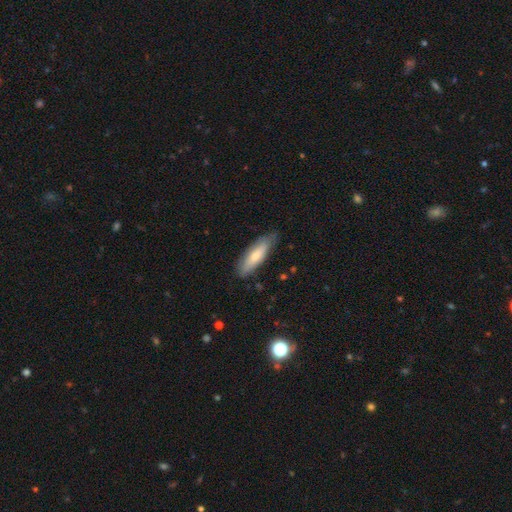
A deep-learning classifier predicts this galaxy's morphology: Q: Smooth or featured?
A: smooth (68%); runner-up: featured or disk (27%)
Q: How rounded?
A: cigar-shaped (54%); runner-up: in between (44%)
Q: Merging?
A: none (77%); runner-up: minor disturbance (18%)